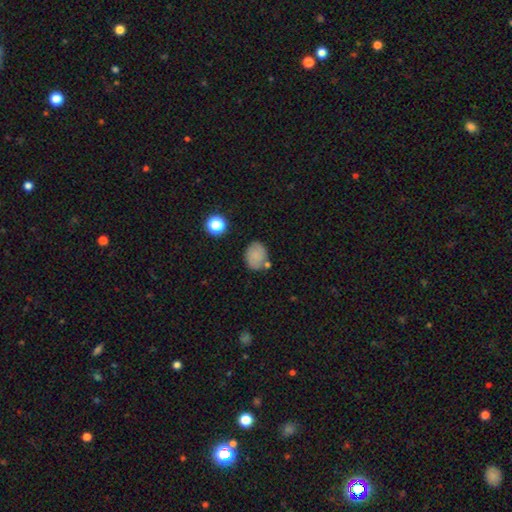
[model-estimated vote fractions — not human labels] Smooth or featured? smooth (81%)
How rounded? in between (57%)
Merging? none (68%)